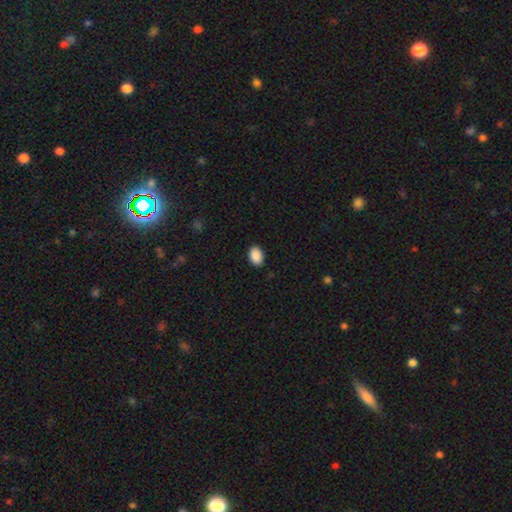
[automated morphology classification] smooth_or_featured: smooth (p=0.90) [alt: star or artifact p=0.07]
how_rounded: in between (p=0.85) [alt: round p=0.14]
merging: none (p=0.89) [alt: minor disturbance p=0.08]